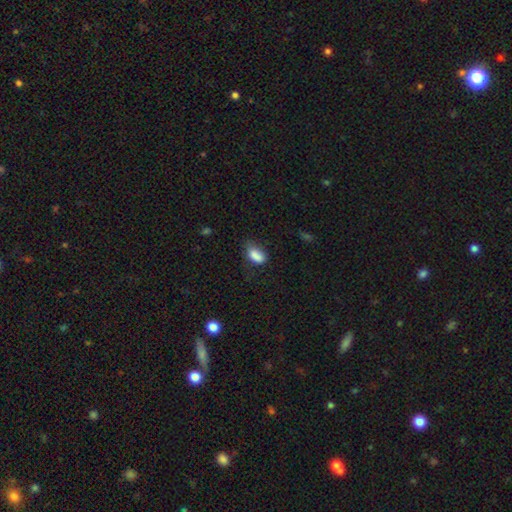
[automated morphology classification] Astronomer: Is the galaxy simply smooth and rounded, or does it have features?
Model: smooth — 84%.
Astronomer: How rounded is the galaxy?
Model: in between — 88%.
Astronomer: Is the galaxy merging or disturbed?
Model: none — 51% (runner-up: minor disturbance, 33%).